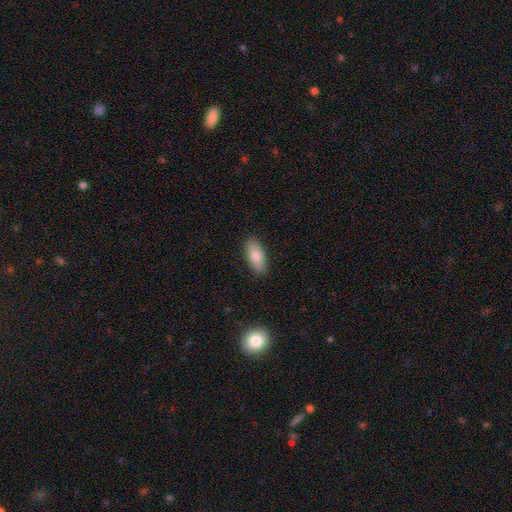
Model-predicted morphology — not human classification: This is likely a smooth galaxy (79%). How rounded: clearly in between (87%). Merging: clearly none (87%).